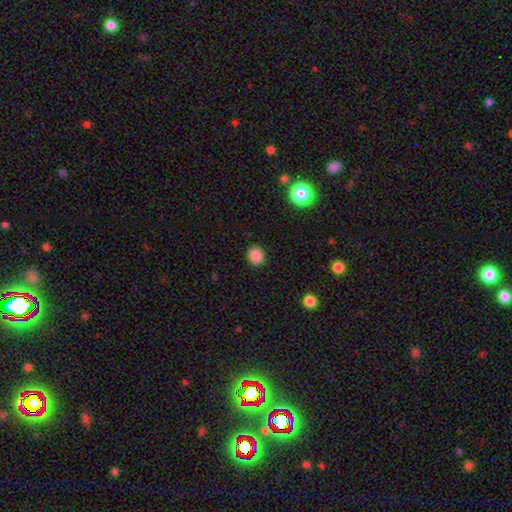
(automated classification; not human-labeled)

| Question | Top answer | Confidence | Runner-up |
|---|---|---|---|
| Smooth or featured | smooth | 86% | star or artifact (10%) |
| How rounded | round | 84% | in between (16%) |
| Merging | none | 91% | minor disturbance (6%) |